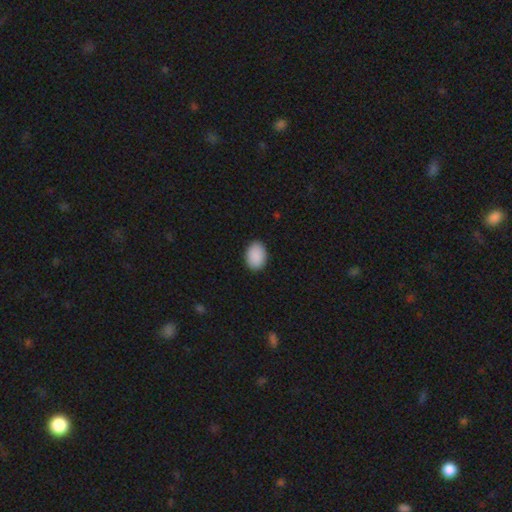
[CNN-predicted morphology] Smooth or featured? smooth (91%)
How rounded? in between (81%)
Merging? none (88%)